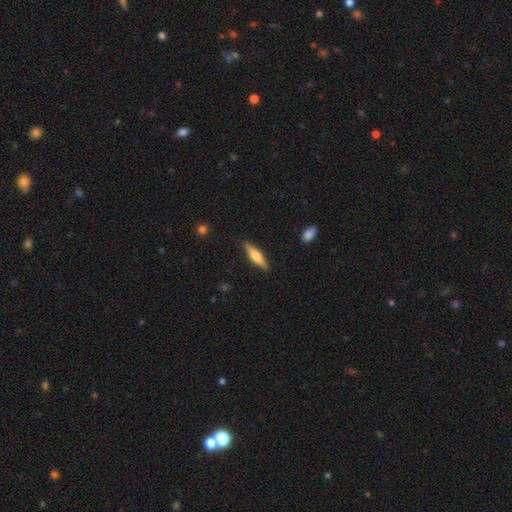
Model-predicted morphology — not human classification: type=smooth (53%); roundness=cigar-shaped (70%); merging=none (87%).